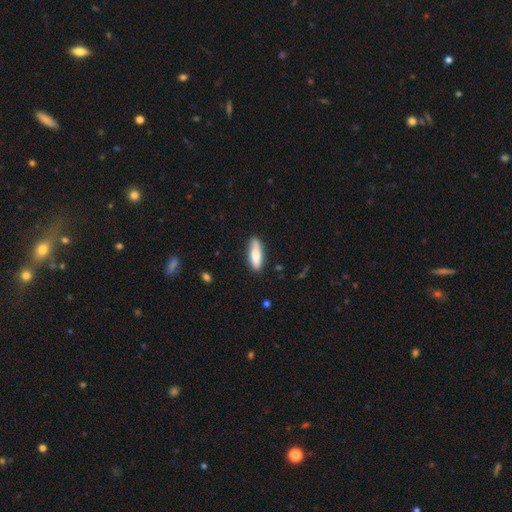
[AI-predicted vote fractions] This appears to be a smooth galaxy with no disk features (78%) that is cigar-shaped (55%). Merging: none (81%).